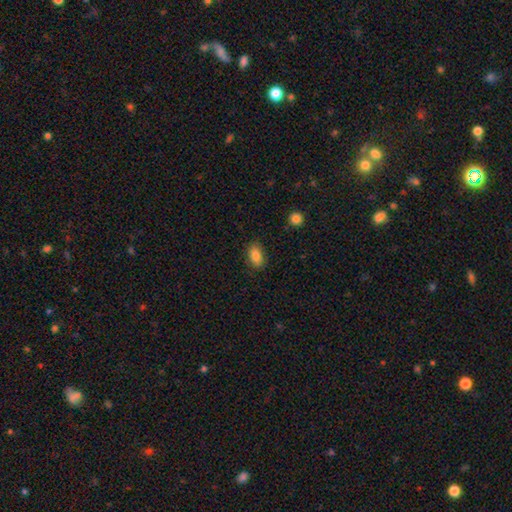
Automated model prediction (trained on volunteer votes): Morphology: type=smooth (84%); roundness=in between (88%); merging=none (86%).